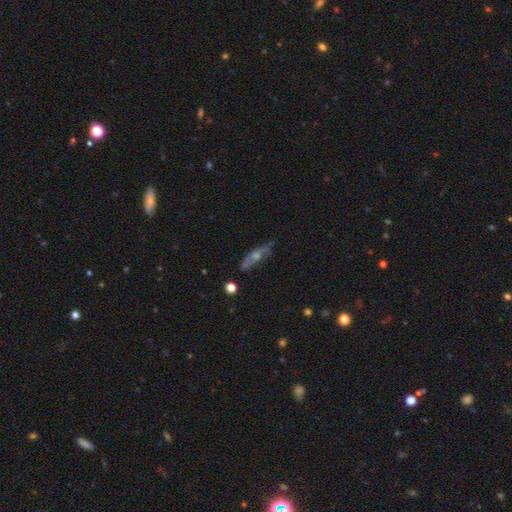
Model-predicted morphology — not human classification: Smooth or featured? featured or disk (60%)
Edge-on disk? yes (66%)
Merging? none (78%)